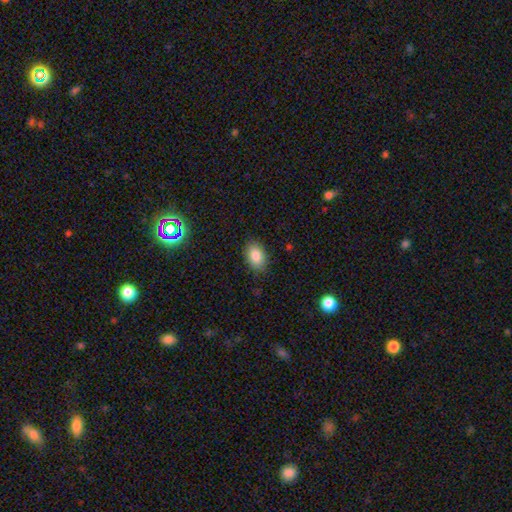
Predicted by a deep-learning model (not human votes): This appears to be a smooth galaxy with no disk features (85%) that is in between round and cigar-shaped (84%). Merging: none (84%).